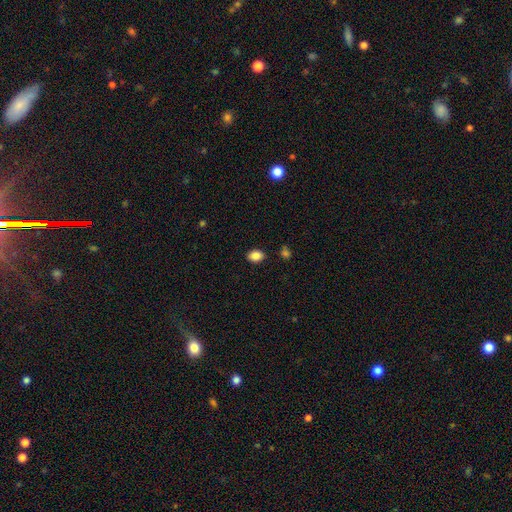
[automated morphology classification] Smooth or featured? Predicted: smooth (p=0.86). How rounded? Predicted: in between (p=0.73). Merging? Predicted: none (p=0.87).